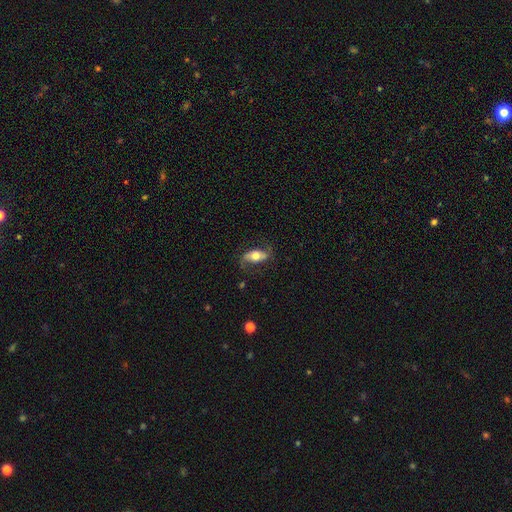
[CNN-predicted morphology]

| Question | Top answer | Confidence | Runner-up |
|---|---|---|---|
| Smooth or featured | featured or disk | 56% | smooth (37%) |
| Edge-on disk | no | 82% | yes (18%) |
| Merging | none | 69% | minor disturbance (19%) |